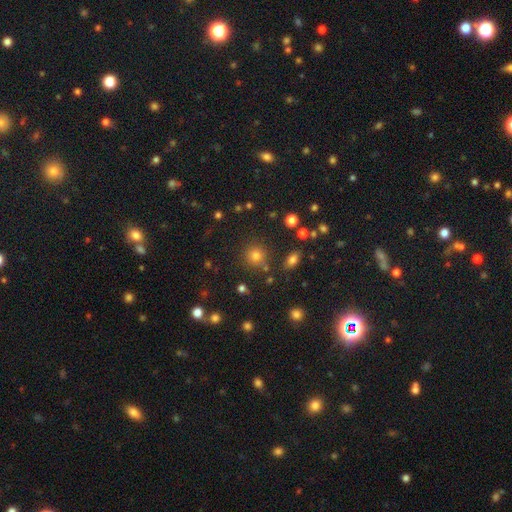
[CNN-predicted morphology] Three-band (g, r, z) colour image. It shows a smooth galaxy with no disk features (70%) that is round (91%). Merging: none (81%).